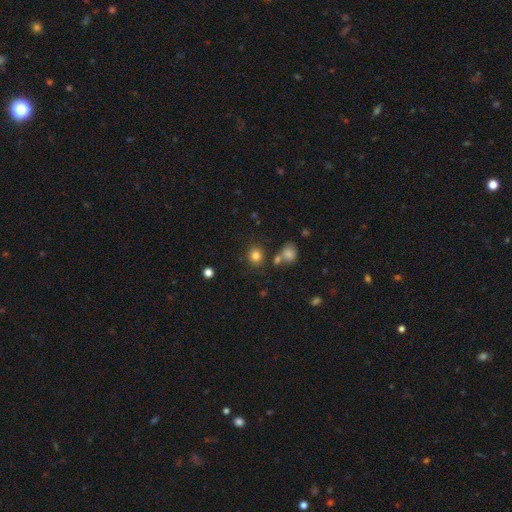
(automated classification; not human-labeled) Smooth or featured: smooth — 81% (star or artifact — 13%)
How rounded: round — 81% (in between — 18%)
Merging: none — 77% (minor disturbance — 10%)